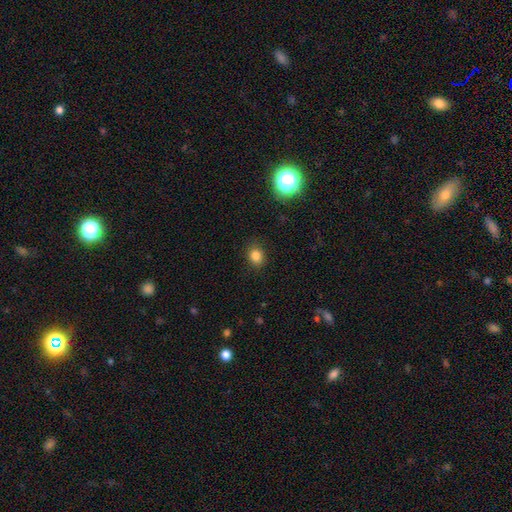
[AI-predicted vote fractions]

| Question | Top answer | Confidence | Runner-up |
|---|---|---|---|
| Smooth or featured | smooth | 82% | star or artifact (13%) |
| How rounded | round | 58% | in between (41%) |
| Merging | none | 86% | minor disturbance (10%) |